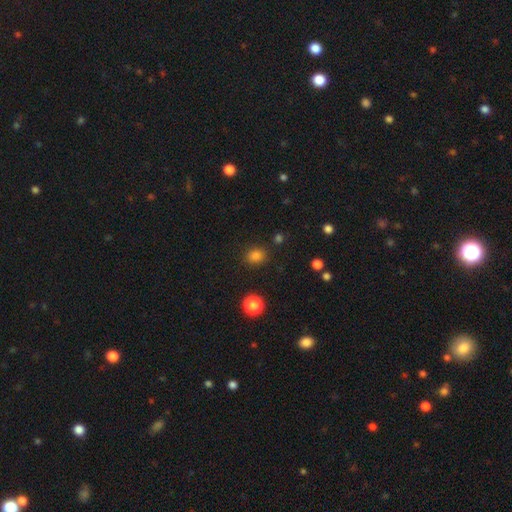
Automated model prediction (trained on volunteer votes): The model was most divided on "how rounded": round: 66%, in between: 33%, cigar-shaped: 1%. More confident: merging — none (85%); smooth or featured — smooth (82%).